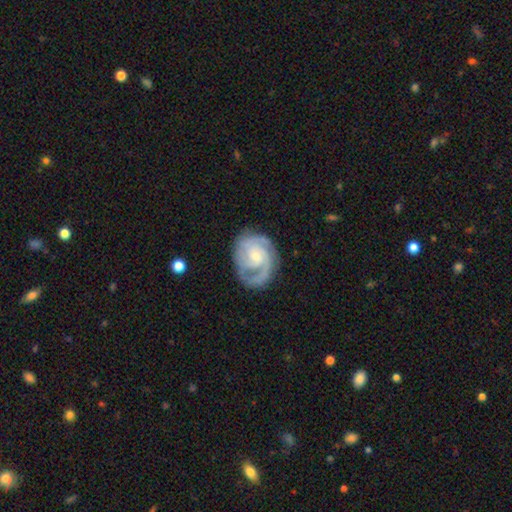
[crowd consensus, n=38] Smooth or featured?
  - featured or disk: 95% *
  - smooth: 3%
  - star or artifact: 3%
Edge-on disk?
  - no: 94% *
  - yes: 6%
Bar?
  - no: 65% *
  - weak: 26%
  - strong: 9%
Spiral arms?
  - yes: 94% *
  - no: 6%
Spiral winding?
  - tight: 56% *
  - medium: 41%
  - loose: 3%
Spiral arm count?
  - 2: 44% *
  - 3: 38%
  - can't tell: 16%
  - 4: 3%
  - 1: 0%
  - more than 4: 0%
Bulge size?
  - small: 59% *
  - moderate: 38%
  - large: 3%
  - dominant: 0%
  - none: 0%
Merging?
  - none: 62% *
  - minor disturbance: 22%
  - major disturbance: 14%
  - merger: 3%